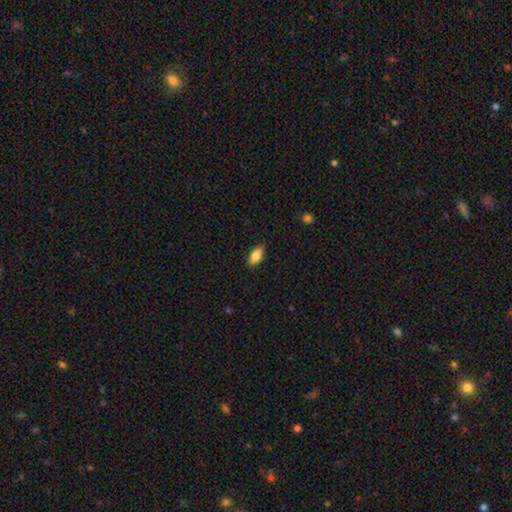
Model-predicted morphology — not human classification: Q: Smooth or featured?
A: smooth (84%); runner-up: featured or disk (9%)
Q: How rounded?
A: in between (87%); runner-up: cigar-shaped (11%)
Q: Merging?
A: none (88%); runner-up: minor disturbance (9%)